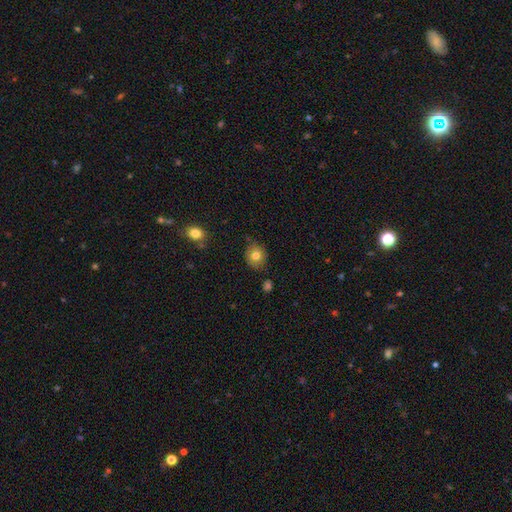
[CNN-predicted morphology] Q: Smooth or featured?
A: smooth (78%); runner-up: featured or disk (12%)
Q: How rounded?
A: round (74%); runner-up: in between (25%)
Q: Merging?
A: none (78%); runner-up: minor disturbance (17%)